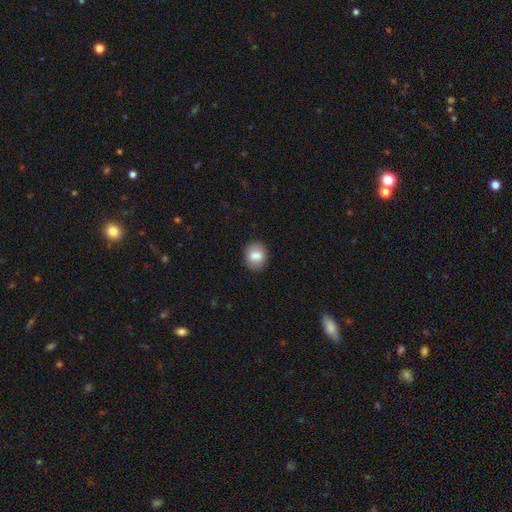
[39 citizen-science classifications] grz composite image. It shows a smooth galaxy with no disk features (67%) that is in between round and cigar-shaped (69%). Merging: none (81%).